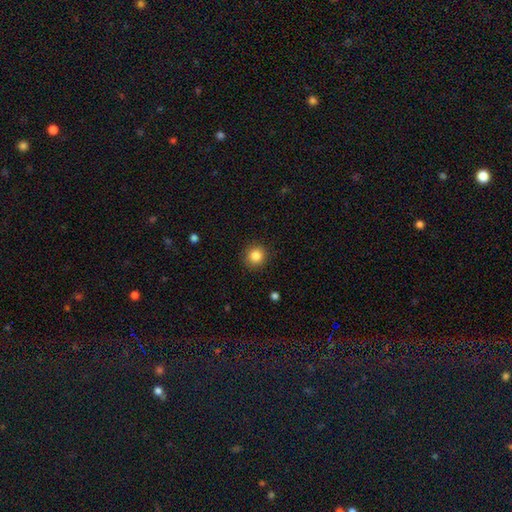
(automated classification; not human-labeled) Smooth or featured?
  - smooth: 85% *
  - star or artifact: 10%
  - featured or disk: 5%
How rounded?
  - round: 92% *
  - in between: 7%
  - cigar-shaped: 1%
Merging?
  - none: 90% *
  - minor disturbance: 7%
  - major disturbance: 2%
  - merger: 1%